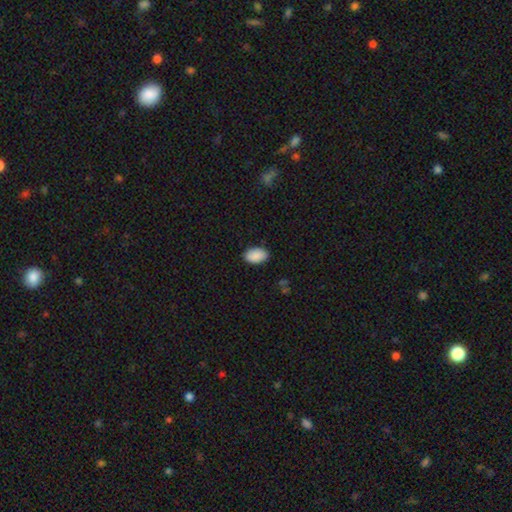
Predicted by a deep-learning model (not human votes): smooth-or-featured: smooth: 90% | star or artifact: 7% | featured or disk: 4%
  how-rounded: in between: 91% | round: 8% | cigar-shaped: 1%
  merging: none: 87% | minor disturbance: 10% | major disturbance: 2% | merger: 1%